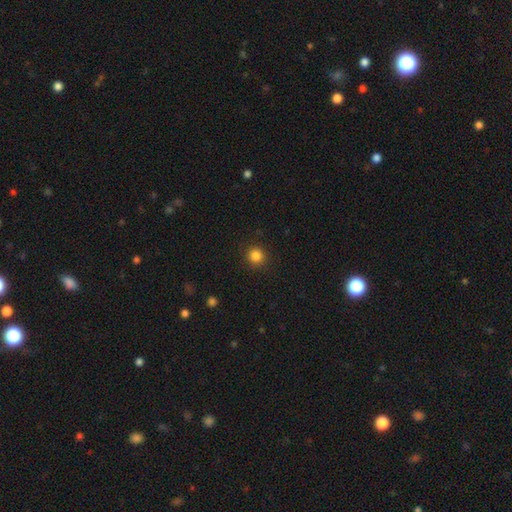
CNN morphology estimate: The model was most divided on "smooth or featured": smooth: 85%, star or artifact: 12%, featured or disk: 4%. More confident: how rounded — round (93%); merging — none (91%).